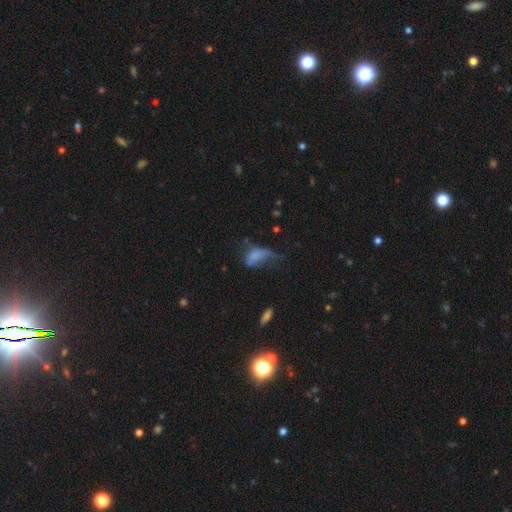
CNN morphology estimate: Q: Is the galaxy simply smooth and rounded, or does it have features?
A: smooth — 60%.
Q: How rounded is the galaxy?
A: in between — 83%.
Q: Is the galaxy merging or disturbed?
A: major disturbance — 53%.